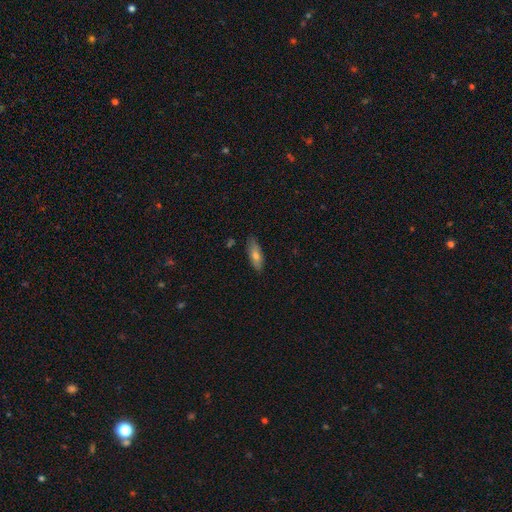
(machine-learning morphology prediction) smooth_or_featured: smooth (p=0.65) [alt: featured or disk p=0.28]
how_rounded: in between (p=0.54) [alt: cigar-shaped p=0.43]
merging: none (p=0.84) [alt: minor disturbance p=0.12]